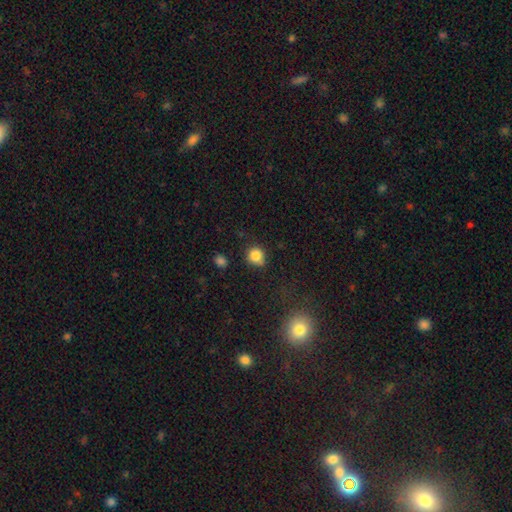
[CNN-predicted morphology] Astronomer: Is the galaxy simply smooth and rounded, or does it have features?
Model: smooth — 84%.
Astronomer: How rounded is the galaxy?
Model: round — 85%.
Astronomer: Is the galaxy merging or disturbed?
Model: none — 75%.